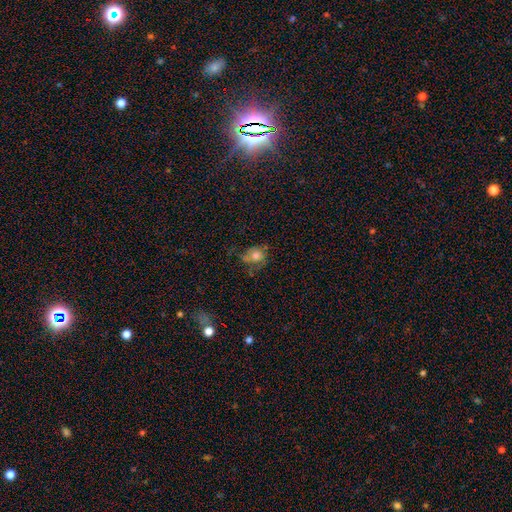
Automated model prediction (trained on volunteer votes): This appears to be a smooth galaxy with no disk features (58%) that is round (64%). Merging: none (46%).